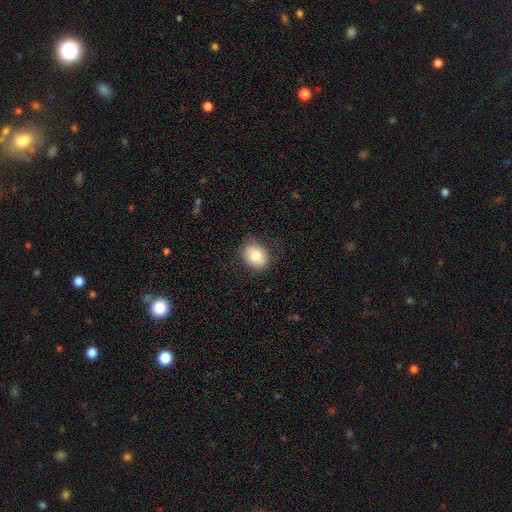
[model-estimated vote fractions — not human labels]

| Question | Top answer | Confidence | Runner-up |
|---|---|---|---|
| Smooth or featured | smooth | 80% | featured or disk (12%) |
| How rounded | round | 54% | in between (46%) |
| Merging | none | 78% | minor disturbance (17%) |